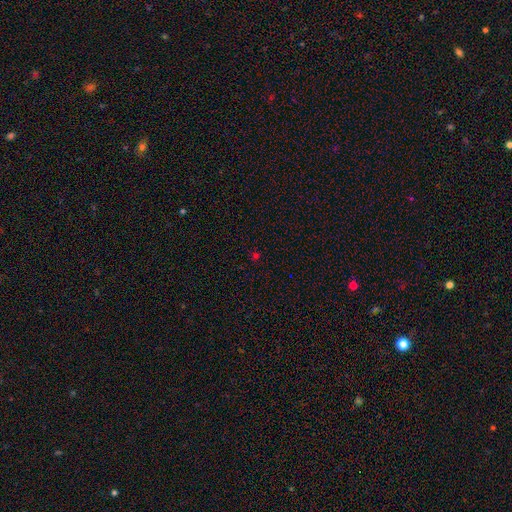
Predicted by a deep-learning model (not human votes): smooth-or-featured: star or artifact: 53% | smooth: 41% | featured or disk: 6%